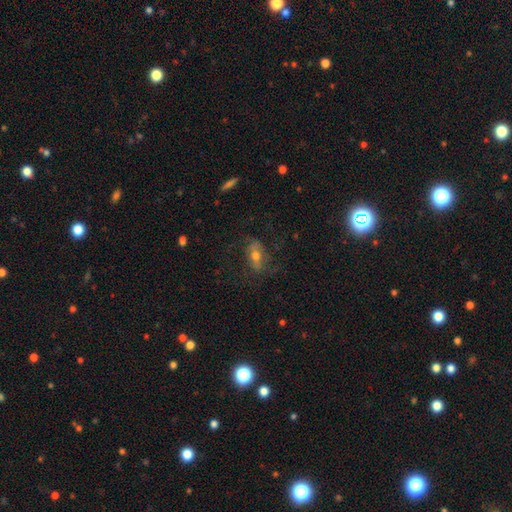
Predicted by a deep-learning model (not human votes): Q: Smooth or featured?
A: featured or disk (54%); runner-up: smooth (31%)
Q: Edge-on disk?
A: no (88%); runner-up: yes (12%)
Q: Merging?
A: none (63%); runner-up: minor disturbance (18%)